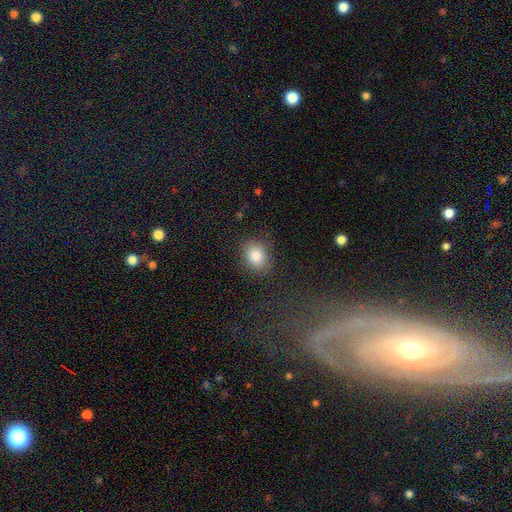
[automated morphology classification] Q: Smooth or featured?
A: smooth (85%); runner-up: star or artifact (9%)
Q: How rounded?
A: in between (55%); runner-up: round (43%)
Q: Merging?
A: none (81%); runner-up: minor disturbance (13%)